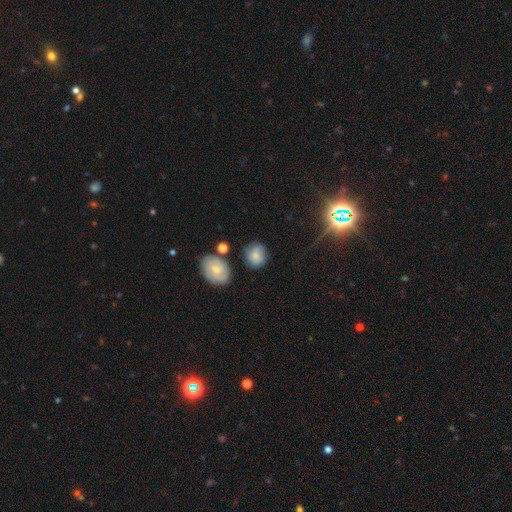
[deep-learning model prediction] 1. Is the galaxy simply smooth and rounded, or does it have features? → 71% smooth, 19% featured or disk, 10% star or artifact.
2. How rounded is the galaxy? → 76% round, 23% in between, 1% cigar-shaped.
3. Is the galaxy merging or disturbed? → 72% none, 16% minor disturbance, 7% merger, 5% major disturbance.